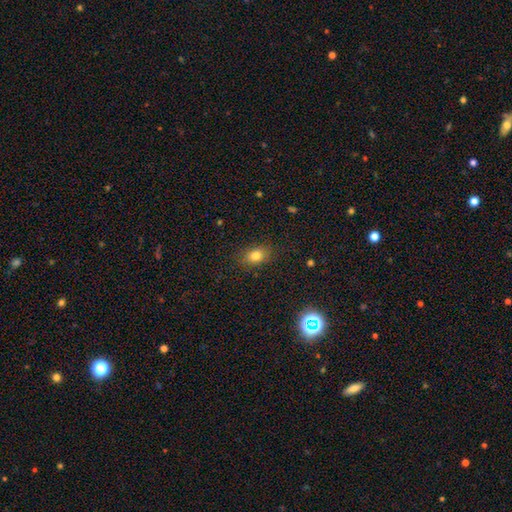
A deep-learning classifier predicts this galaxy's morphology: The model was most divided on "how rounded": in between: 75%, round: 23%, cigar-shaped: 2%. More confident: merging — none (84%); smooth or featured — smooth (81%).